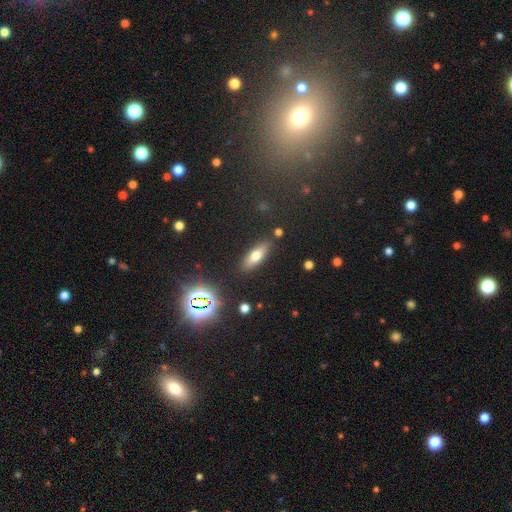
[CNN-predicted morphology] This appears to be a smooth galaxy with no disk features (64%) that is in between round and cigar-shaped (58%). Merging: none (85%).